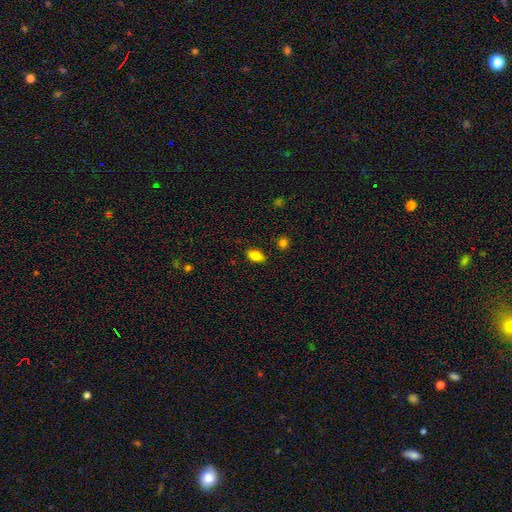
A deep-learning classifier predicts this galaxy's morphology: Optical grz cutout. It shows a smooth galaxy with no disk features (83%) that is in between round and cigar-shaped (89%). Merging: none (86%).